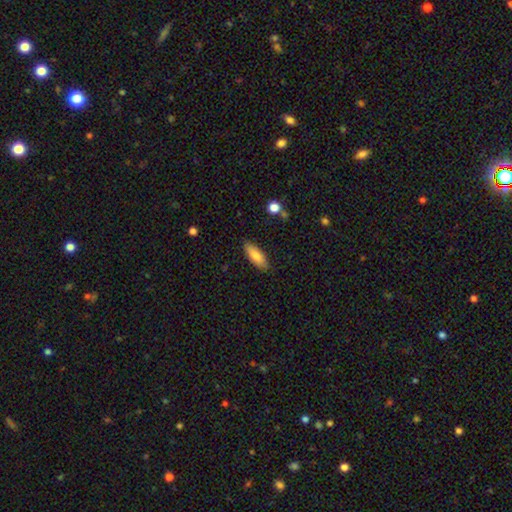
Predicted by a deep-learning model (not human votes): Overall: smooth (82%). How rounded: in between (64%; cigar-shaped 34%). Merging: none (85%).